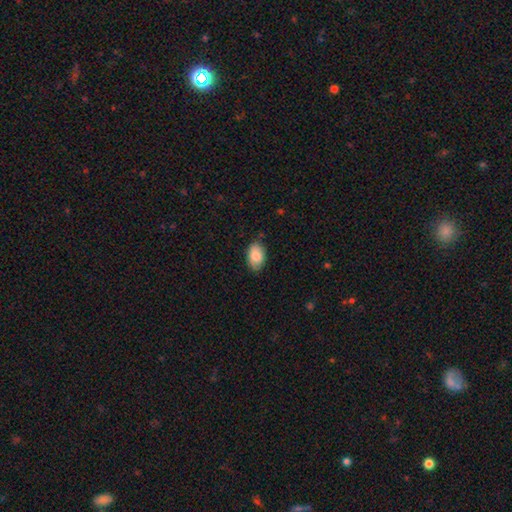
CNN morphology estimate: This is clearly a smooth galaxy (84%). How rounded: clearly in between (92%). Merging: clearly none (81%).